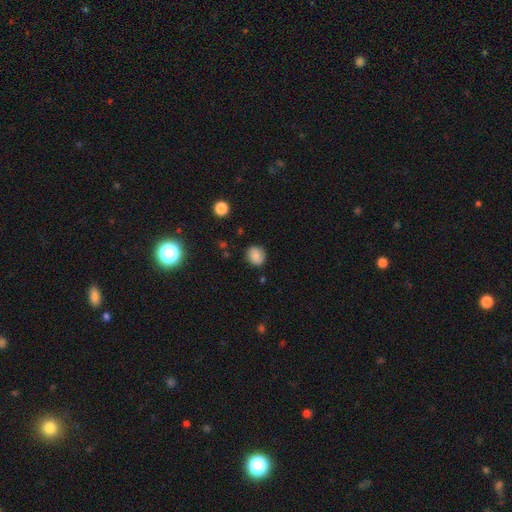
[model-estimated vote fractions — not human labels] Smooth or featured? Predicted: smooth (p=0.85). How rounded? Predicted: round (p=0.71). Merging? Predicted: none (p=0.83).